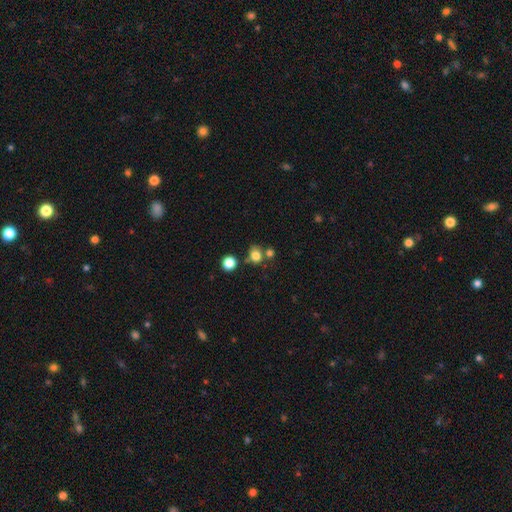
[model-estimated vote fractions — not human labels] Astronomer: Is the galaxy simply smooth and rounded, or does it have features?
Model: smooth — 78%.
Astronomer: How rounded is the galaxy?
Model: round — 75%.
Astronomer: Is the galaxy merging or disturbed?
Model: none — 62%.